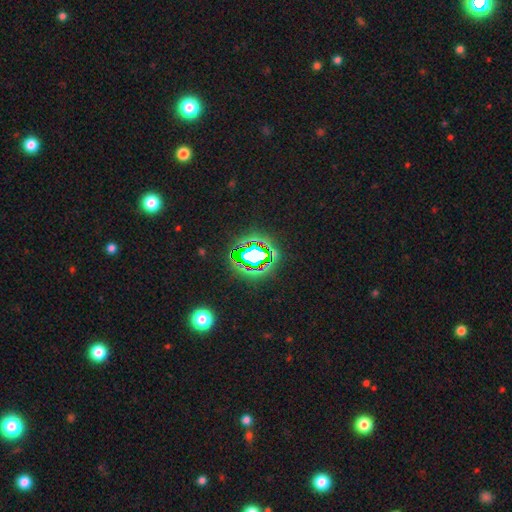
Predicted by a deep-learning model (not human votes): smooth-or-featured: star or artifact: 68% | smooth: 18% | featured or disk: 14%